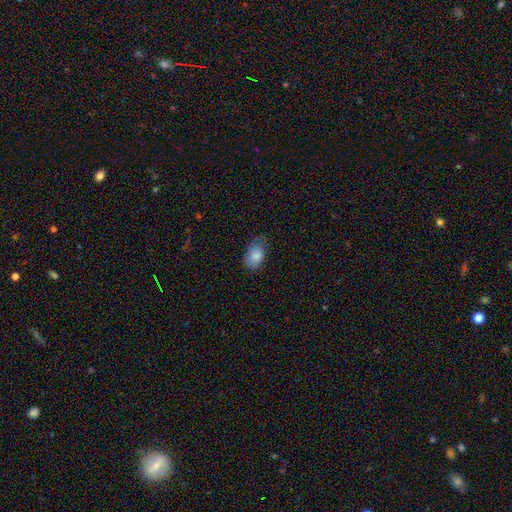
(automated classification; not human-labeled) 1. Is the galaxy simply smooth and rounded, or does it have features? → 81% smooth, 12% featured or disk, 7% star or artifact.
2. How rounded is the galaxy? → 86% in between, 12% round, 1% cigar-shaped.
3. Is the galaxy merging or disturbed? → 49% none, 35% minor disturbance, 15% major disturbance, 1% merger.